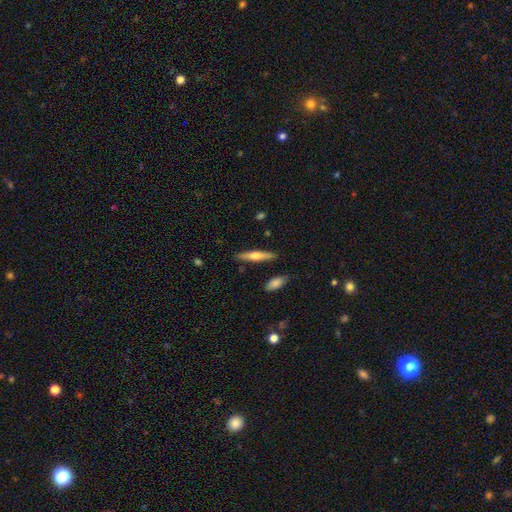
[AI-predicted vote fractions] Smooth or featured?
  - smooth: 57% *
  - featured or disk: 37%
  - star or artifact: 6%
How rounded?
  - cigar-shaped: 86% *
  - in between: 12%
  - round: 2%
Merging?
  - none: 85% *
  - minor disturbance: 10%
  - merger: 3%
  - major disturbance: 2%